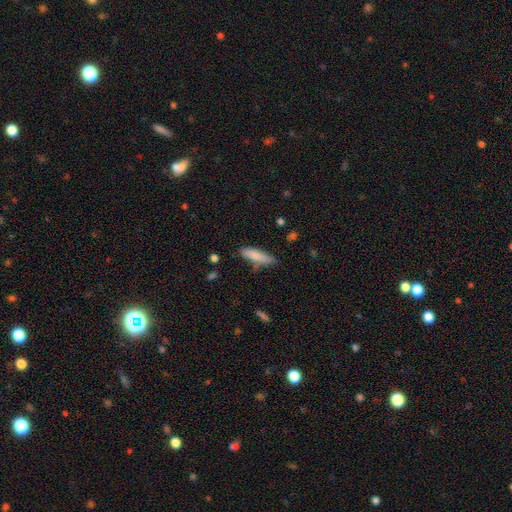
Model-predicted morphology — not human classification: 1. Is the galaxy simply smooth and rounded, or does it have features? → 81% smooth, 13% featured or disk, 6% star or artifact.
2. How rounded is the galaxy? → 62% cigar-shaped, 36% in between, 2% round.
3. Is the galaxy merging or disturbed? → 69% none, 23% minor disturbance, 5% major disturbance, 4% merger.